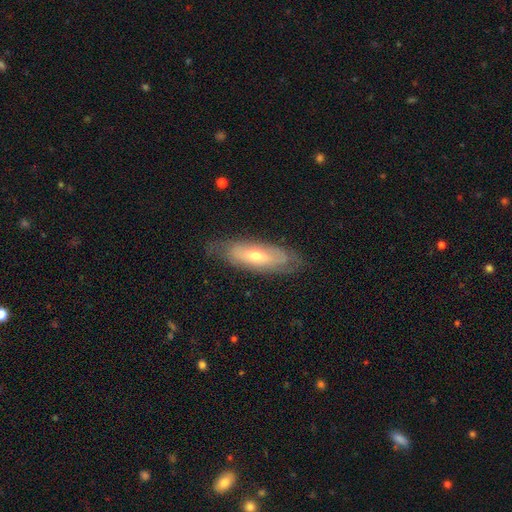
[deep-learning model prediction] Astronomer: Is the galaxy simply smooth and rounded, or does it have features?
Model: featured or disk — 60%.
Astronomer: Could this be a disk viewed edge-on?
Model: no — 66%.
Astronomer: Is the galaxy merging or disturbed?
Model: none — 81%.